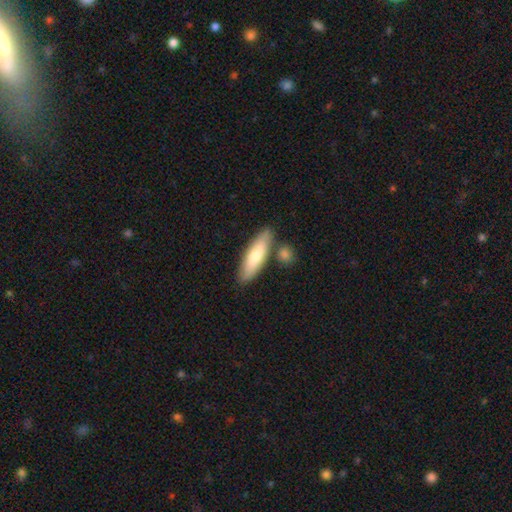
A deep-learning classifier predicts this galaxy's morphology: smooth 74%, featured or disk 21%, star or artifact 5%. Down the decision tree: how rounded — cigar-shaped (59%); merging — none (75%).